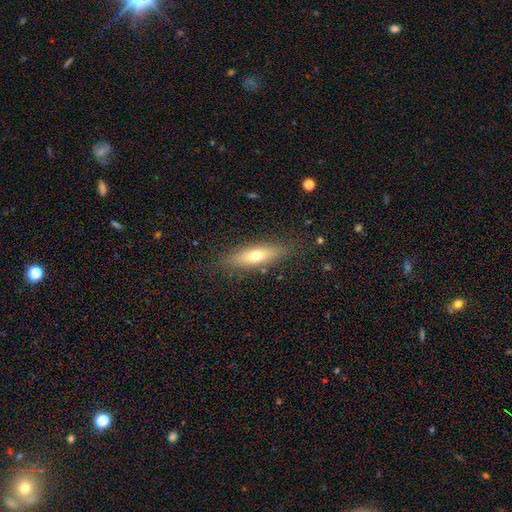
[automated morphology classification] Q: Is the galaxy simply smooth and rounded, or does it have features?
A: smooth — 60%.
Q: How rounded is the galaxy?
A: cigar-shaped — 52%.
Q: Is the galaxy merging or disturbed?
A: none — 84%.